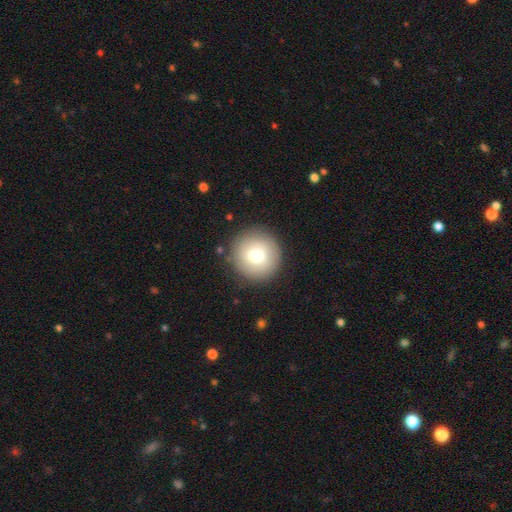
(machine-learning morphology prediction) This is likely a smooth galaxy (75%). How rounded: clearly round (95%). Merging: clearly none (87%).